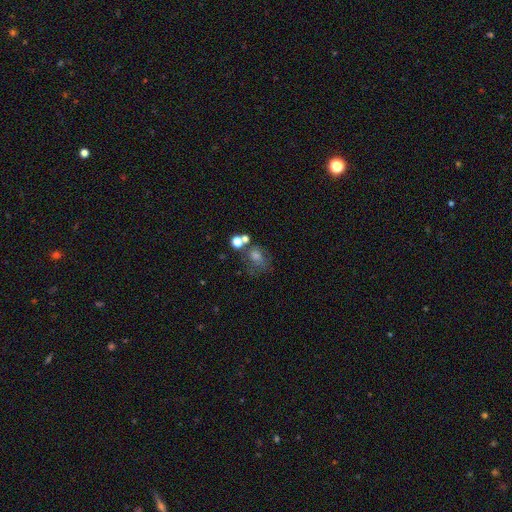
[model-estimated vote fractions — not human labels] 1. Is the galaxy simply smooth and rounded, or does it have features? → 49% smooth, 28% star or artifact, 23% featured or disk.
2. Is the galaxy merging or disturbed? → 50% none, 19% merger, 17% minor disturbance, 14% major disturbance.